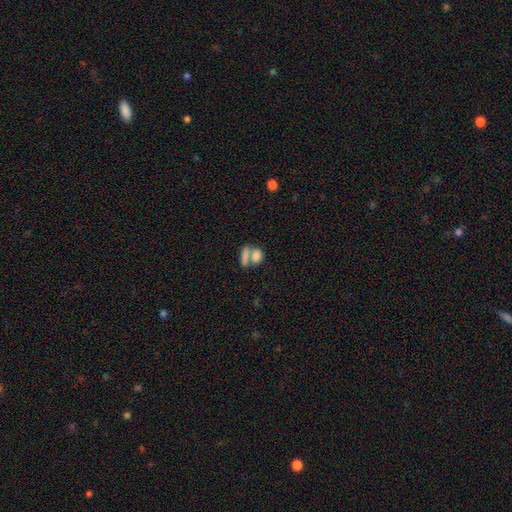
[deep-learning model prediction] Smooth or featured? Predicted: smooth (p=0.79). How rounded? Predicted: in between (p=0.67). Merging? Predicted: merger (p=0.52).